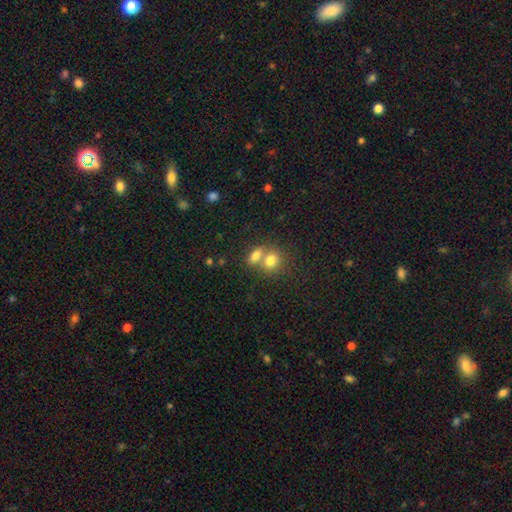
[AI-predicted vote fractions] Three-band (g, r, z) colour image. It shows a smooth galaxy with no disk features (77%) that is in between round and cigar-shaped (66%). Merging: merger (57%).